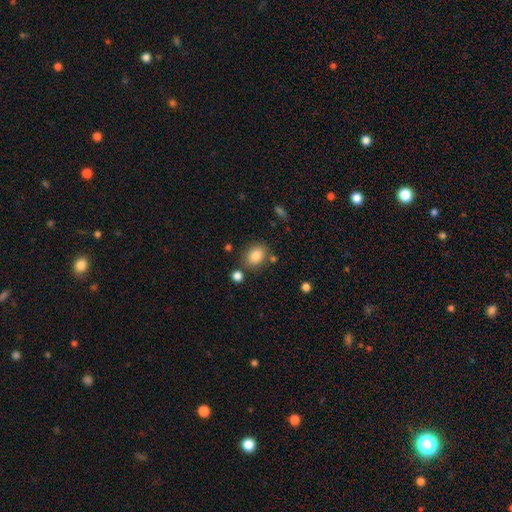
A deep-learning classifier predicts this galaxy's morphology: This is clearly a smooth galaxy (85%). How rounded: possibly in between (59%). Merging: likely none (77%).